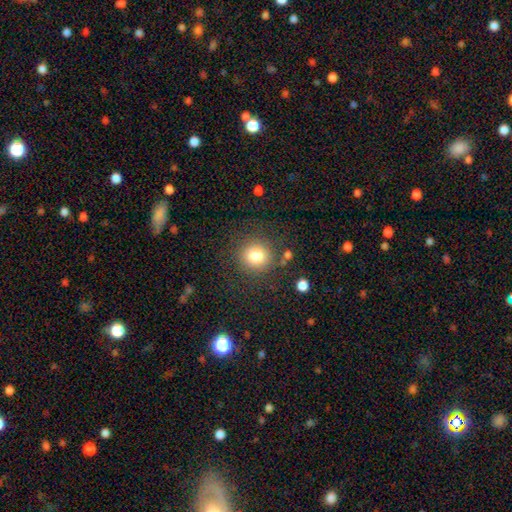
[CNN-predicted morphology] Smooth or featured? smooth (80%)
How rounded? round (93%)
Merging? none (83%)